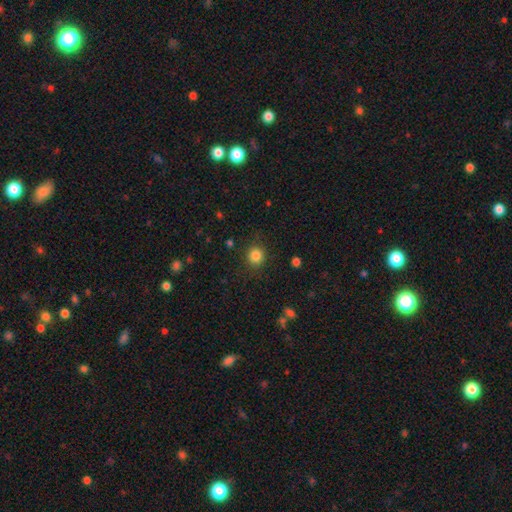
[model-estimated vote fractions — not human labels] Smooth or featured? Predicted: smooth (p=0.84). How rounded? Predicted: round (p=0.88). Merging? Predicted: none (p=0.87).